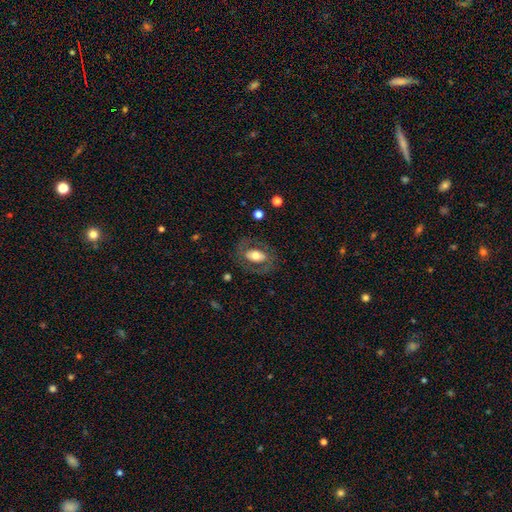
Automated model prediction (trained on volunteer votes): smooth_or_featured: smooth (p=0.50) [alt: featured or disk p=0.43]
merging: none (p=0.76) [alt: minor disturbance p=0.13]